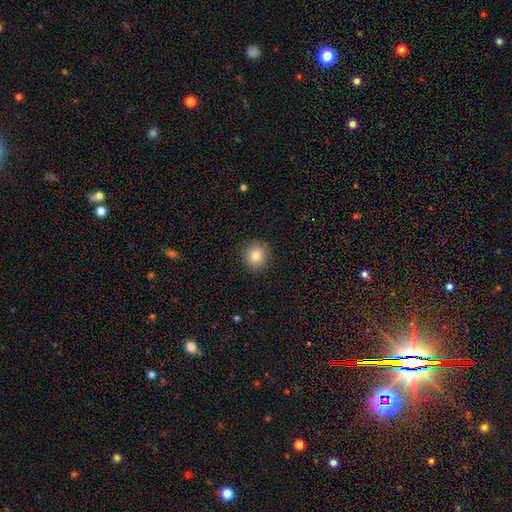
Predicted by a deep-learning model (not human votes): Overall: smooth (81%). How rounded: round (92%). Merging: none (91%).